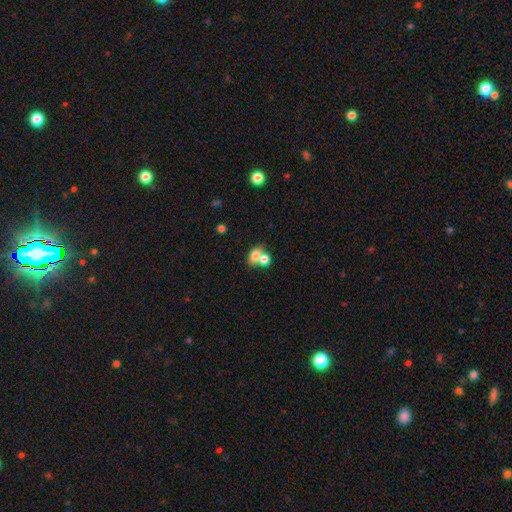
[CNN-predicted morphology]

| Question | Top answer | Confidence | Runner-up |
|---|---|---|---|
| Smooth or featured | smooth | 74% | featured or disk (15%) |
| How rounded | in between | 57% | round (42%) |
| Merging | merger | 54% | none (33%) |